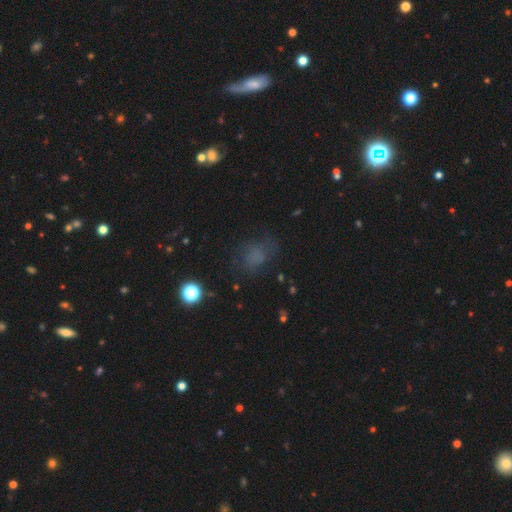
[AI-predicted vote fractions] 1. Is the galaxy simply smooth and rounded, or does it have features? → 58% smooth, 25% star or artifact, 17% featured or disk.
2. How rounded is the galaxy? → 50% in between, 48% round, 2% cigar-shaped.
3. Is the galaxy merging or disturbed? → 61% none, 21% minor disturbance, 16% major disturbance, 2% merger.